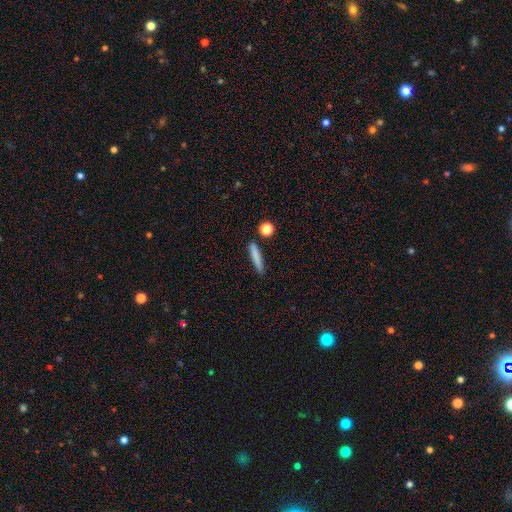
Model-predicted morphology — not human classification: Smooth or featured: smooth — 79% (featured or disk — 13%)
How rounded: cigar-shaped — 87% (in between — 10%)
Merging: none — 82% (minor disturbance — 11%)